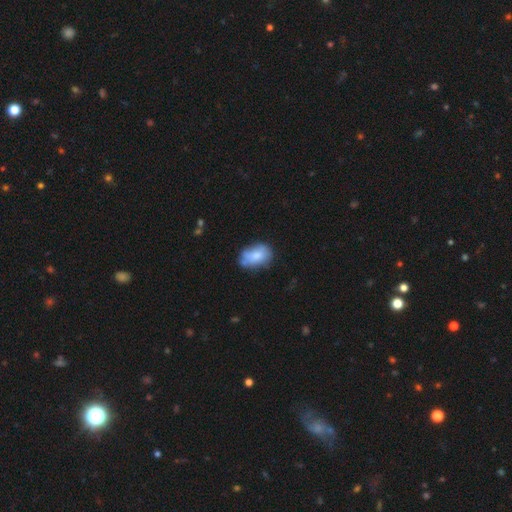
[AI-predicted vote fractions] smooth 73%, featured or disk 20%, star or artifact 8%. Down the decision tree: how rounded — in between (84%); merging — none (54%).